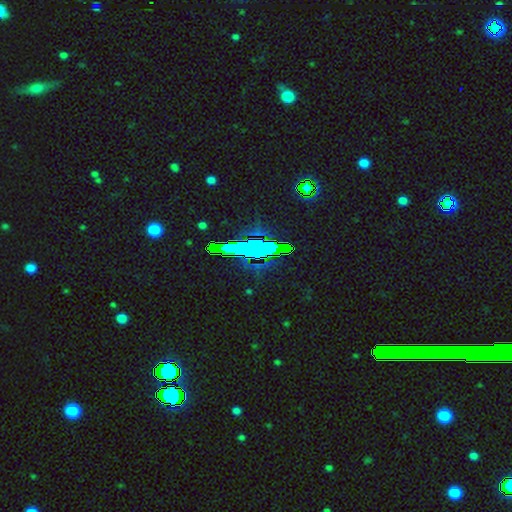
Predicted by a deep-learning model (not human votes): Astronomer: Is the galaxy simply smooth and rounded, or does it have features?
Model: star or artifact — 75%.